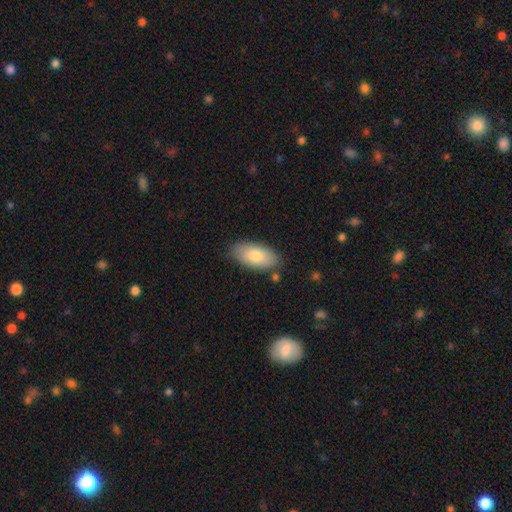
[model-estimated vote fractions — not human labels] smooth 80%, featured or disk 14%, star or artifact 6%. Down the decision tree: how rounded — in between (94%); merging — none (82%).